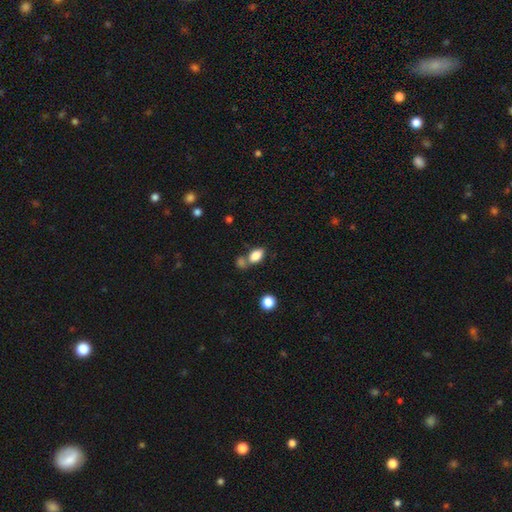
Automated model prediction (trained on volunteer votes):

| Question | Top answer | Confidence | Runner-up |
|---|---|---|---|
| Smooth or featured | smooth | 83% | star or artifact (9%) |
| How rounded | in between | 88% | round (9%) |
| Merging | none | 56% | merger (27%) |